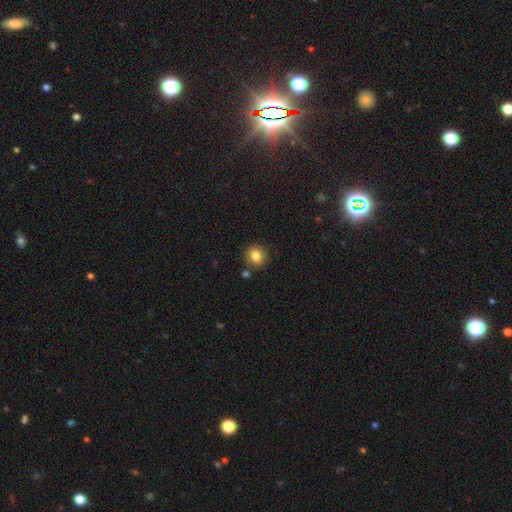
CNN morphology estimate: Smooth or featured: smooth — 81% (star or artifact — 10%)
How rounded: round — 77% (in between — 22%)
Merging: none — 82% (minor disturbance — 10%)